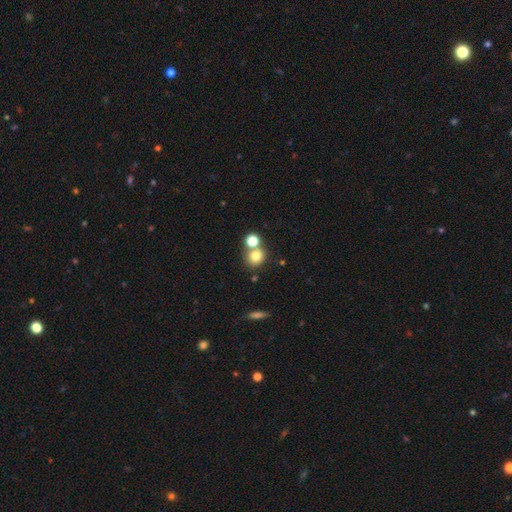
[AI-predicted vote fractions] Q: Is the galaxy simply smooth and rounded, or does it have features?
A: smooth — 77%.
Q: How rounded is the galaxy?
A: round — 81%.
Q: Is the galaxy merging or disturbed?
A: none — 54%.